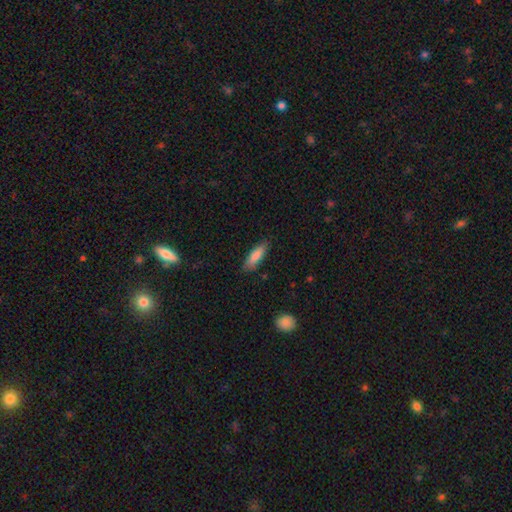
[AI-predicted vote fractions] Smooth or featured: smooth — 84% (featured or disk — 10%)
How rounded: cigar-shaped — 54% (in between — 44%)
Merging: none — 85% (minor disturbance — 12%)